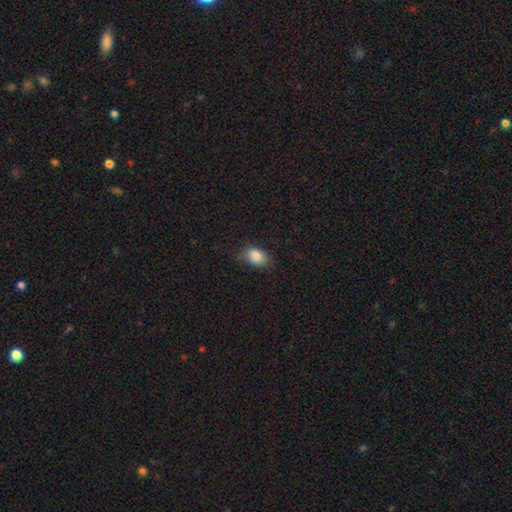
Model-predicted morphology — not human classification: Smooth or featured? smooth (86%)
How rounded? in between (81%)
Merging? none (72%)